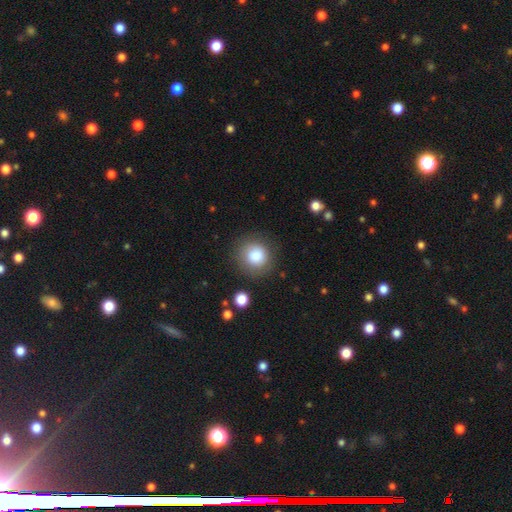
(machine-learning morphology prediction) A smooth galaxy with no disk features (83%) that is round (92%).

Vote fractions:
- Smooth or featured? smooth: 83% / star or artifact: 9% / featured or disk: 8%
- How rounded? round: 92% / in between: 7% / cigar-shaped: 1%
- Merging? none: 84% / minor disturbance: 10% / major disturbance: 4% / merger: 2%